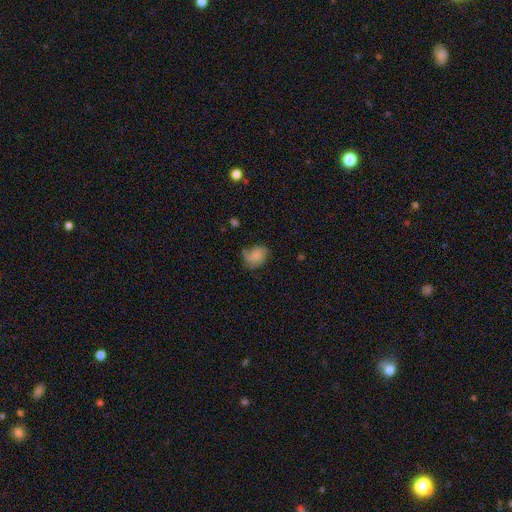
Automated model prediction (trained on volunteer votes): smooth 73%, featured or disk 17%, star or artifact 10%. Down the decision tree: how rounded — in between (60%); merging — none (49%).